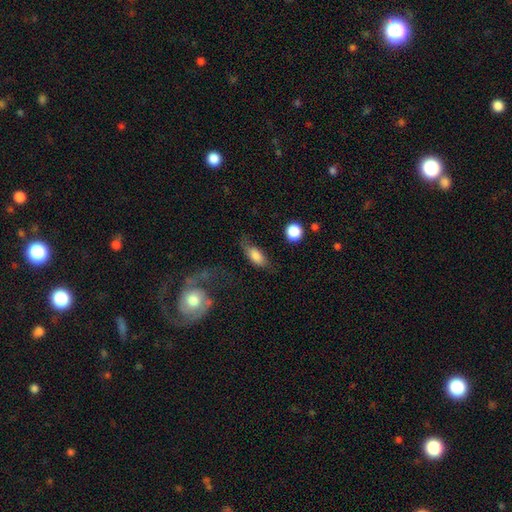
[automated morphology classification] type=smooth (75%); roundness=in between (81%); merging=none (49%).